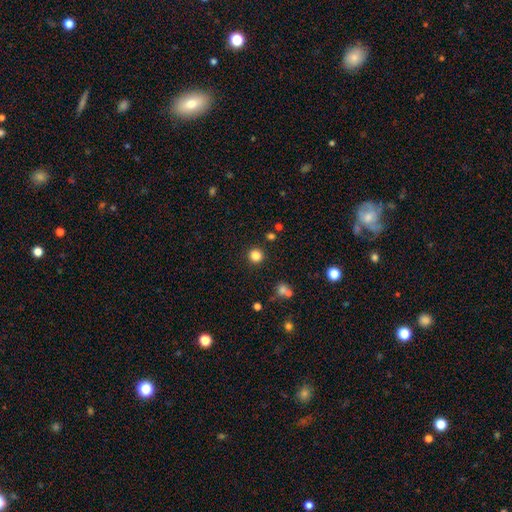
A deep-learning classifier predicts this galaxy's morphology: Smooth or featured?
  - smooth: 83% *
  - star or artifact: 13%
  - featured or disk: 4%
How rounded?
  - round: 94% *
  - in between: 5%
  - cigar-shaped: 1%
Merging?
  - none: 90% *
  - minor disturbance: 5%
  - merger: 2%
  - major disturbance: 2%